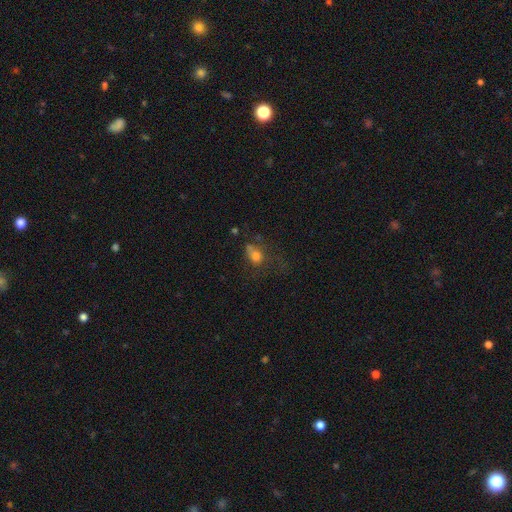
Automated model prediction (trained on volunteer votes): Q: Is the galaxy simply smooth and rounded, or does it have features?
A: smooth — 67%.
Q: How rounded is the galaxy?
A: in between — 53%.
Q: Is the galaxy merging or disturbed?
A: major disturbance — 35%.